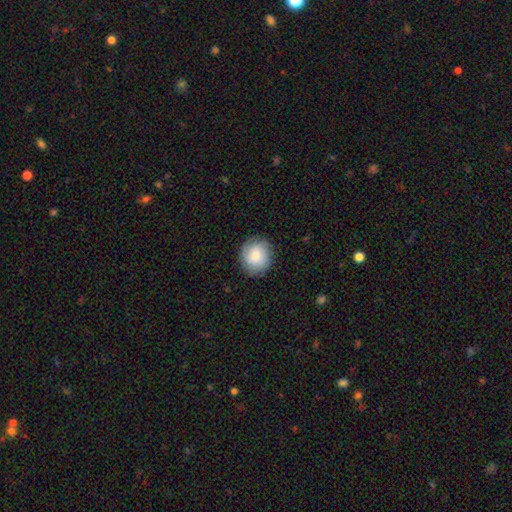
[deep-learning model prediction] Smooth or featured? Predicted: smooth (p=0.76). How rounded? Predicted: round (p=0.84). Merging? Predicted: none (p=0.84).